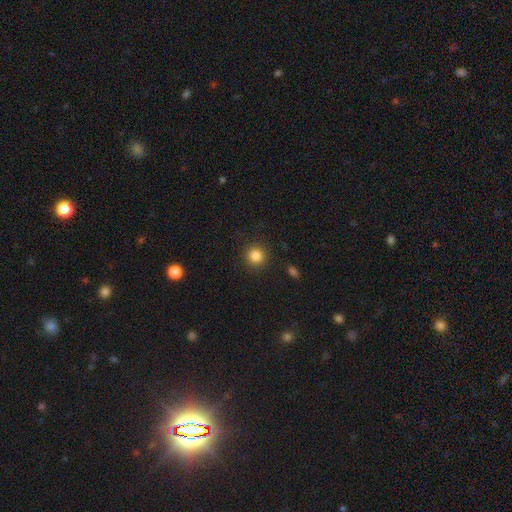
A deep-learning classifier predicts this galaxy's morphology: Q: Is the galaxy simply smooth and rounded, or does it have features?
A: smooth — 84%.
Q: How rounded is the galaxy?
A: round — 93%.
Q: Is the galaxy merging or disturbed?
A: none — 90%.